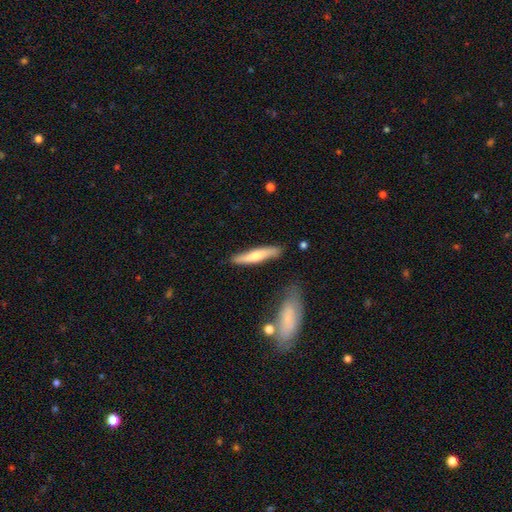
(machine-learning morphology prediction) smooth-or-featured: smooth: 55% | featured or disk: 40% | star or artifact: 5%
  how-rounded: cigar-shaped: 85% | in between: 13% | round: 2%
  merging: none: 82% | minor disturbance: 12% | merger: 3% | major disturbance: 3%